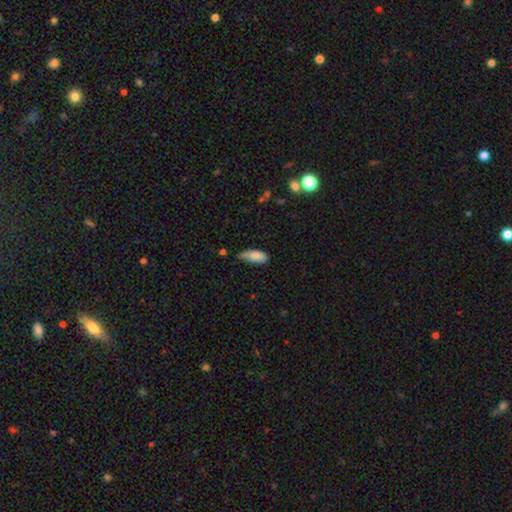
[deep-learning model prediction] This is clearly a smooth galaxy (81%). How rounded: clearly in between (82%). Merging: possibly minor disturbance (47%).